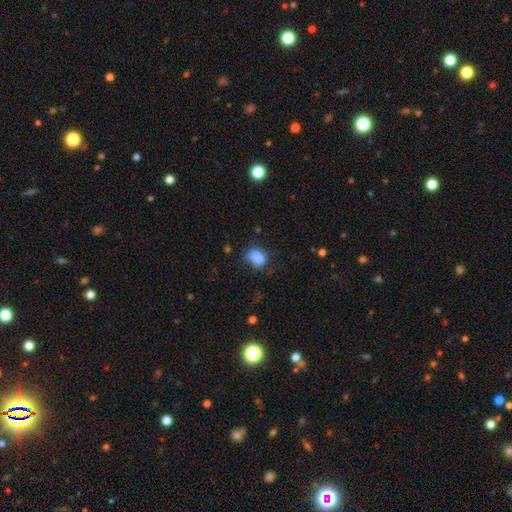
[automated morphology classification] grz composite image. It shows a smooth galaxy with no disk features (76%) that is in between round and cigar-shaped (64%). Merging: none (44%).